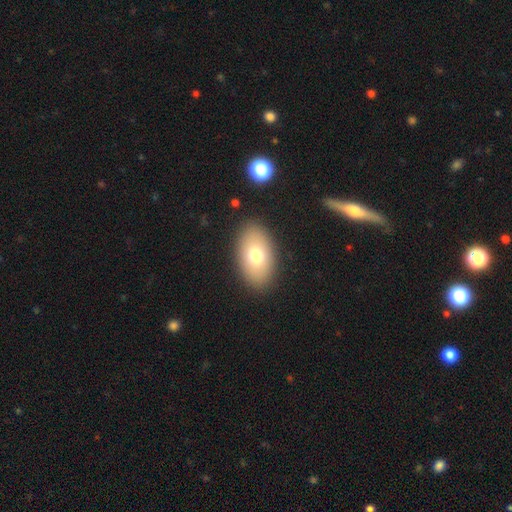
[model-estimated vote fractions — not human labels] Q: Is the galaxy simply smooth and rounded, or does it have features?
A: smooth — 74%.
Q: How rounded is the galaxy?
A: in between — 91%.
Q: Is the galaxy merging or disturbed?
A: none — 88%.